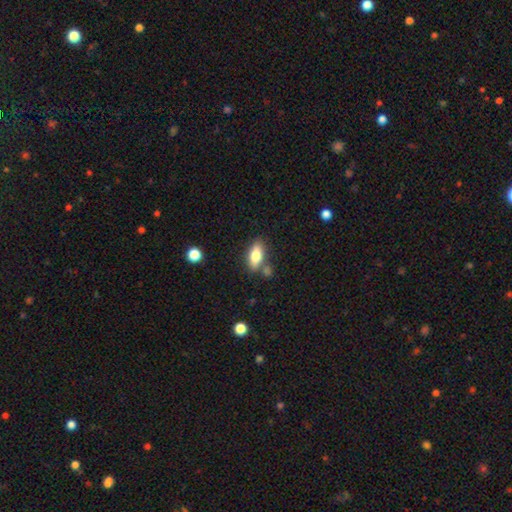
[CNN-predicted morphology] smooth-or-featured: smooth: 75% | featured or disk: 18% | star or artifact: 7%
  how-rounded: in between: 81% | cigar-shaped: 16% | round: 3%
  merging: none: 72% | minor disturbance: 14% | merger: 11% | major disturbance: 4%